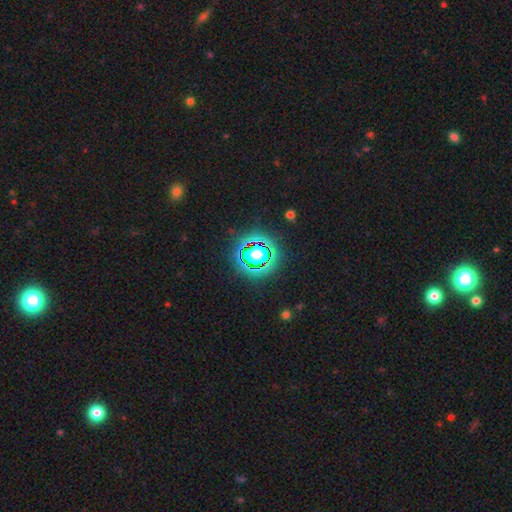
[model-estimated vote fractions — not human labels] Smooth or featured: star or artifact — 81% (smooth — 12%)